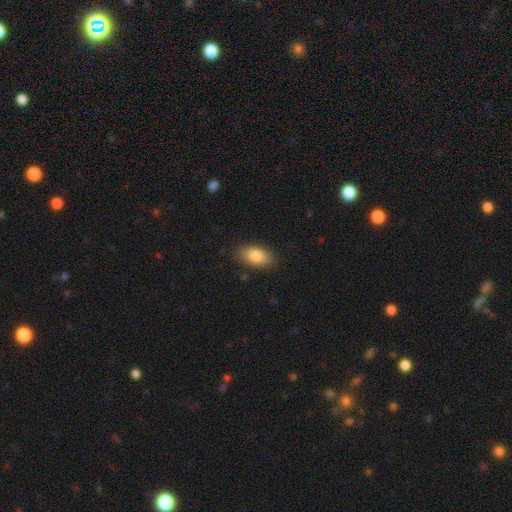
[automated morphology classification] Smooth or featured?
  - smooth: 84% *
  - featured or disk: 9%
  - star or artifact: 7%
How rounded?
  - in between: 92% *
  - round: 5%
  - cigar-shaped: 3%
Merging?
  - none: 86% *
  - minor disturbance: 11%
  - major disturbance: 3%
  - merger: 1%